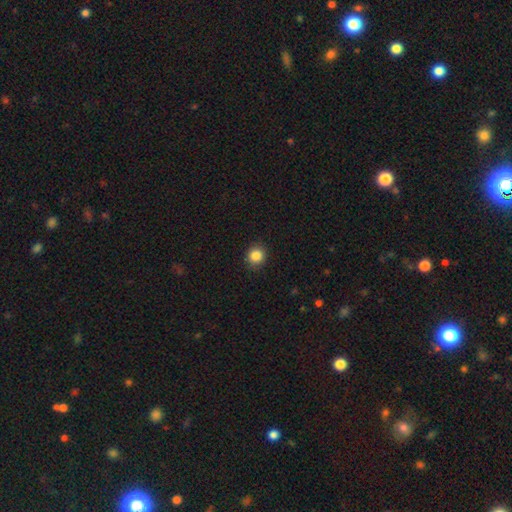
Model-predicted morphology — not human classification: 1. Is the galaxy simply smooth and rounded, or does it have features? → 86% smooth, 11% star or artifact, 4% featured or disk.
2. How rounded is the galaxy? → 89% round, 10% in between, 1% cigar-shaped.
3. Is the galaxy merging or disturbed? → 90% none, 7% minor disturbance, 2% major disturbance, 1% merger.